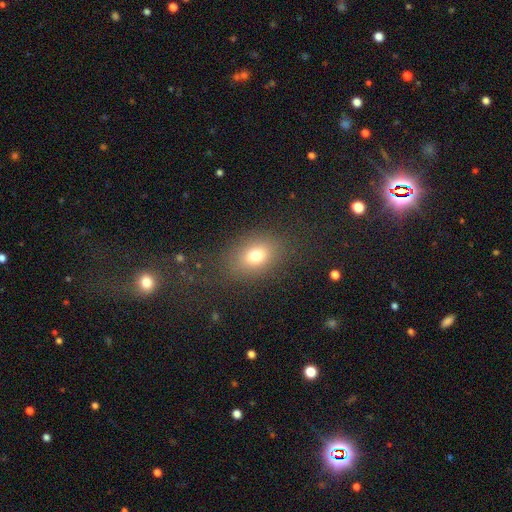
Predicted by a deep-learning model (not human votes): smooth_or_featured: smooth (p=0.75) [alt: star or artifact p=0.13]
how_rounded: in between (p=0.70) [alt: round p=0.28]
merging: none (p=0.78) [alt: minor disturbance p=0.12]